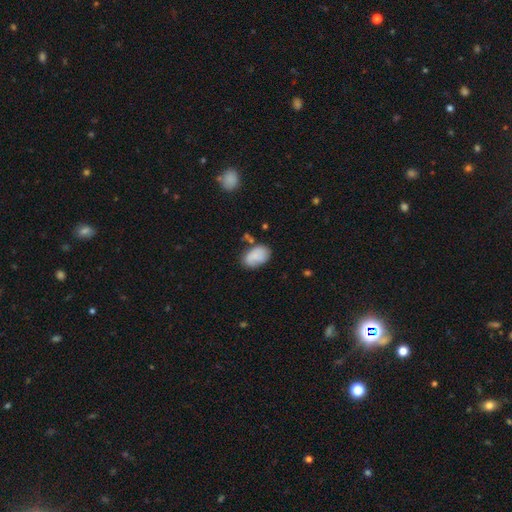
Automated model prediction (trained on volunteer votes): Smooth or featured: smooth — 75% (featured or disk — 17%)
How rounded: in between — 89% (round — 10%)
Merging: none — 59% (minor disturbance — 26%)